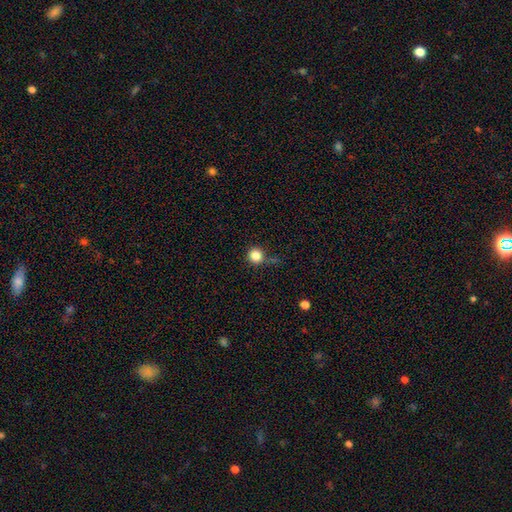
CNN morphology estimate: smooth 85%, star or artifact 11%, featured or disk 4%. Down the decision tree: how rounded — round (94%); merging — none (81%).